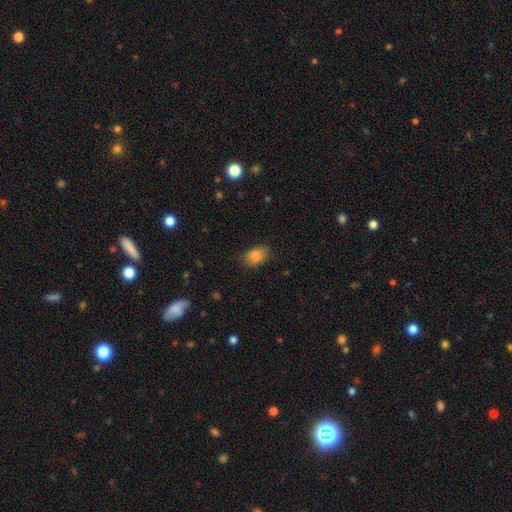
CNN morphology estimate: The model was most divided on "merging": none: 77%, minor disturbance: 17%, major disturbance: 4%, merger: 1%. More confident: smooth or featured — smooth (86%); how rounded — in between (80%).